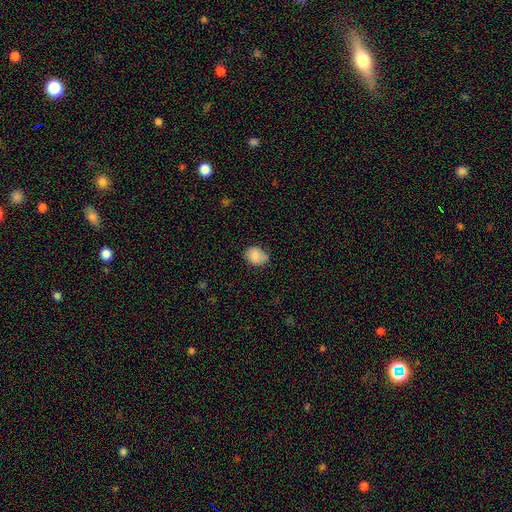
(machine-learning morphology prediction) Overall: smooth (81%). How rounded: in between (53%; round 46%). Merging: none (61%; minor disturbance 29%).